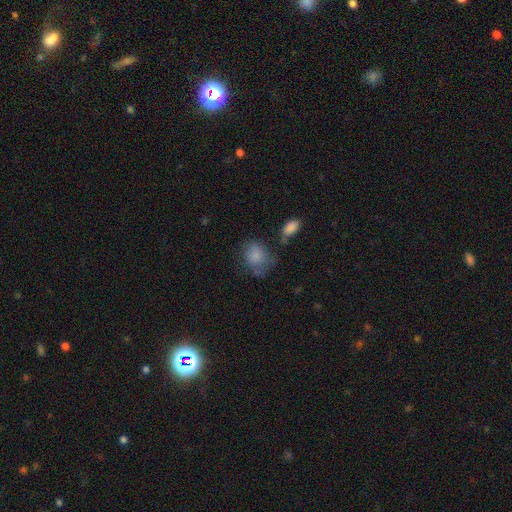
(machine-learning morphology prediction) smooth_or_featured: smooth (p=0.78) [alt: featured or disk p=0.12]
how_rounded: in between (p=0.50) [alt: round p=0.49]
merging: none (p=0.45) [alt: minor disturbance p=0.28]